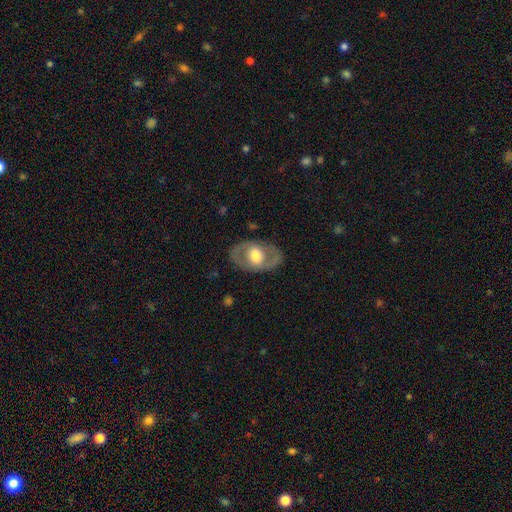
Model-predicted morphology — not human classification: Q: Smooth or featured?
A: featured or disk (58%); runner-up: smooth (37%)
Q: Edge-on disk?
A: no (91%); runner-up: yes (9%)
Q: Bar?
A: no (63%); runner-up: weak (27%)
Q: Spiral arms?
A: no (67%); runner-up: yes (33%)
Q: Bulge size?
A: moderate (55%); runner-up: large (33%)
Q: Merging?
A: none (80%); runner-up: minor disturbance (12%)